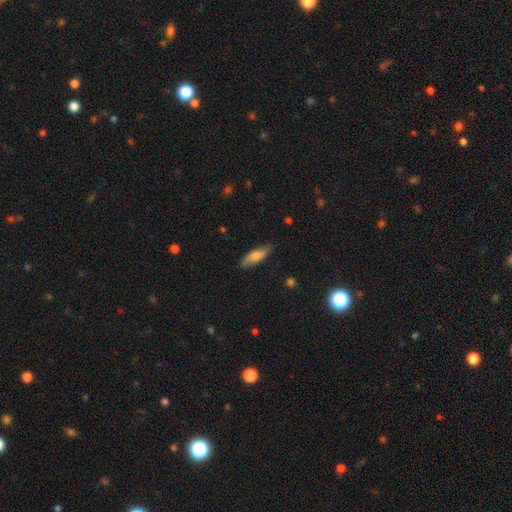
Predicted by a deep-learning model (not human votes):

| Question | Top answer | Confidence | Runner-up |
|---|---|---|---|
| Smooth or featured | smooth | 64% | featured or disk (30%) |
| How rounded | cigar-shaped | 52% | in between (45%) |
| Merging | none | 80% | minor disturbance (16%) |